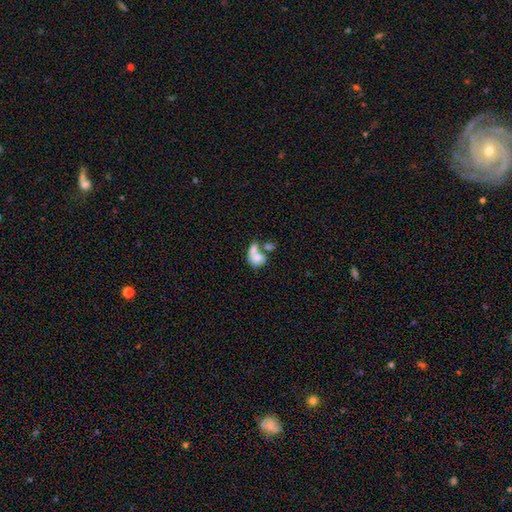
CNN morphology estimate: smooth-or-featured: smooth: 68% | featured or disk: 24% | star or artifact: 9%
  how-rounded: in between: 68% | round: 30% | cigar-shaped: 2%
  merging: merger: 66% | none: 15% | major disturbance: 10% | minor disturbance: 8%